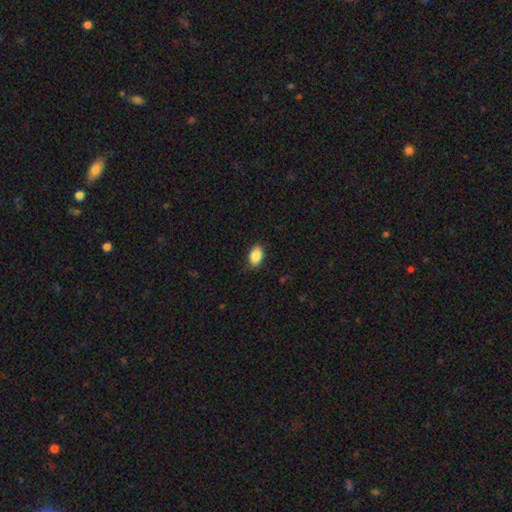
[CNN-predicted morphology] A smooth galaxy with no disk features (88%) that is in between round and cigar-shaped (89%).

Vote fractions:
- Smooth or featured? smooth: 88% / star or artifact: 7% / featured or disk: 5%
- How rounded? in between: 89% / round: 9% / cigar-shaped: 1%
- Merging? none: 86% / minor disturbance: 11% / major disturbance: 2% / merger: 1%